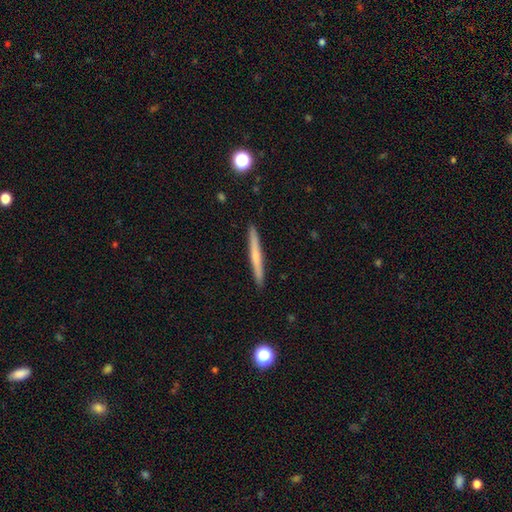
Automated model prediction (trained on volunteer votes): A smooth galaxy with no disk features (52%) that is cigar-shaped (96%). Merging: none (92%).